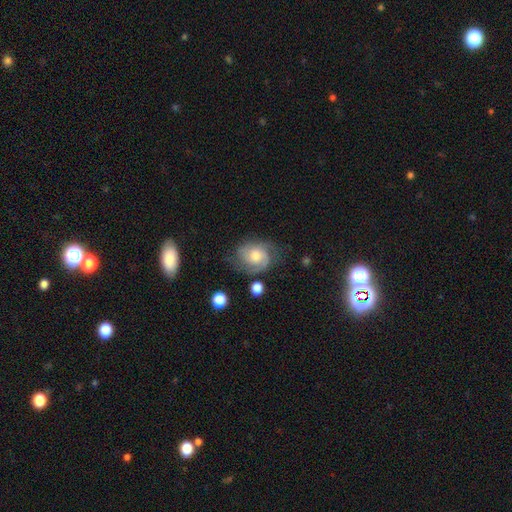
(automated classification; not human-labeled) Smooth or featured: featured or disk — 68% (smooth — 23%)
Edge-on disk: no — 97% (yes — 3%)
Bar: no — 72% (weak — 25%)
Spiral arms: yes — 92% (no — 8%)
Spiral winding: tight — 46% (medium — 41%)
Spiral arm count: 2 — 58% (can't tell — 19%)
Bulge size: moderate — 57% (small — 21%)
Merging: none — 65% (minor disturbance — 22%)